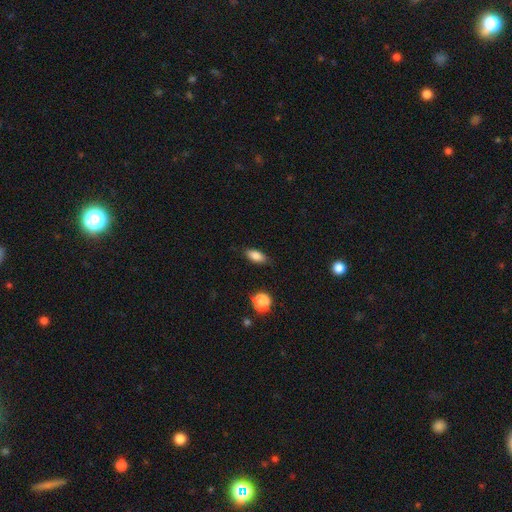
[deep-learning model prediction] The model was most divided on "merging": none: 82%, minor disturbance: 14%, major disturbance: 3%, merger: 1%. More confident: how rounded — in between (86%); smooth or featured — smooth (83%).